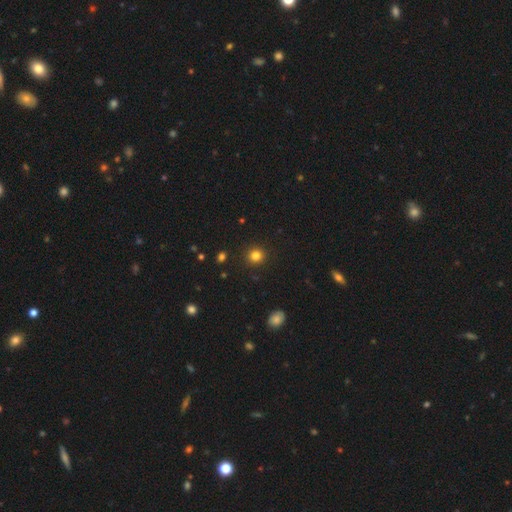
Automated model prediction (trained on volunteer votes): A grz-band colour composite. It shows a smooth galaxy with no disk features (83%) that is round (91%). Merging: none (92%).